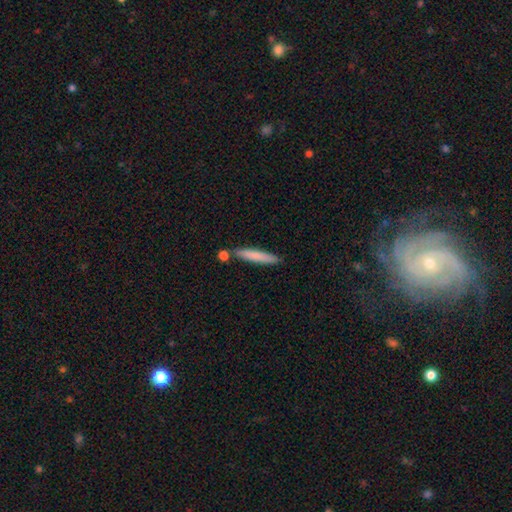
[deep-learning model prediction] smooth_or_featured: smooth (p=0.76) [alt: featured or disk p=0.18]
how_rounded: cigar-shaped (p=0.92) [alt: in between p=0.06]
merging: none (p=0.78) [alt: minor disturbance p=0.11]